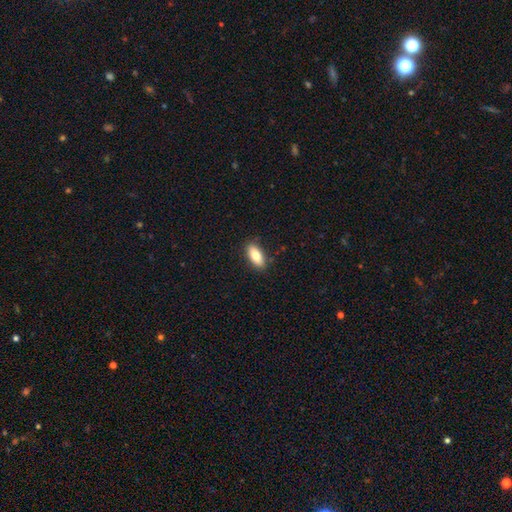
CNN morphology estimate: Smooth or featured? Predicted: smooth (p=0.79). How rounded? Predicted: in between (p=0.84). Merging? Predicted: none (p=0.86).